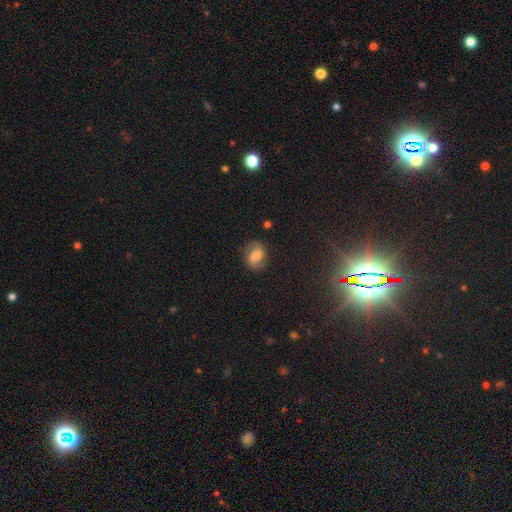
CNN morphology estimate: smooth-or-featured: smooth: 59% | featured or disk: 30% | star or artifact: 11%
  how-rounded: in between: 61% | round: 37% | cigar-shaped: 2%
  merging: none: 74% | minor disturbance: 18% | major disturbance: 6% | merger: 2%